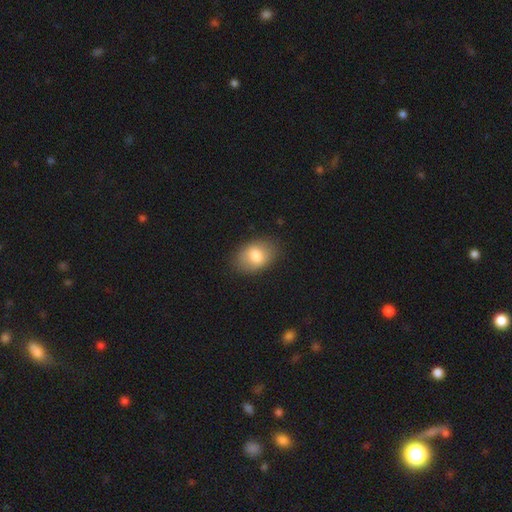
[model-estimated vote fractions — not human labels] smooth_or_featured: smooth (p=0.78) [alt: featured or disk p=0.14]
how_rounded: in between (p=0.81) [alt: round p=0.18]
merging: none (p=0.83) [alt: minor disturbance p=0.13]